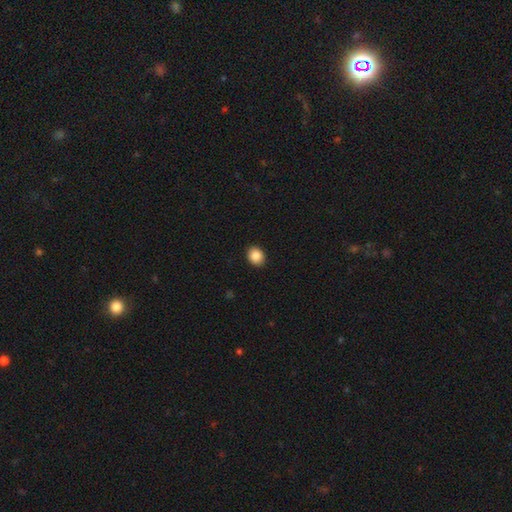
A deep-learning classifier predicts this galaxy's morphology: A smooth galaxy with no disk features (87%) that is round (63%). Merging: none (92%).